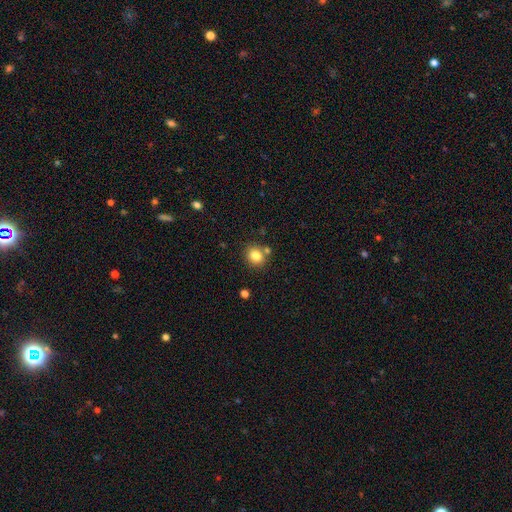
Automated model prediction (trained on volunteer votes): smooth 82%, star or artifact 11%, featured or disk 7%. Down the decision tree: how rounded — round (67%); merging — none (75%).